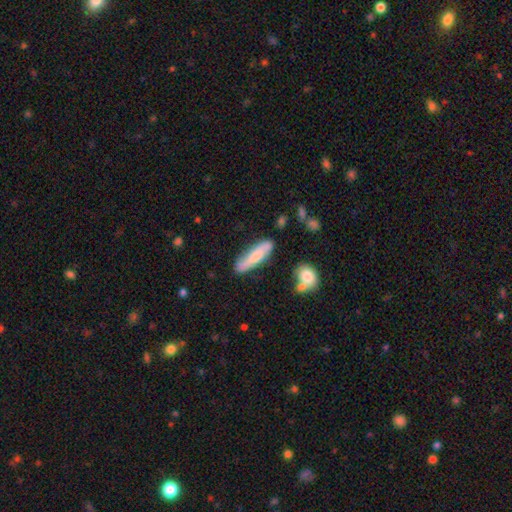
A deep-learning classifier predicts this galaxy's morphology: type=smooth (66%); roundness=cigar-shaped (74%); merging=none (75%).